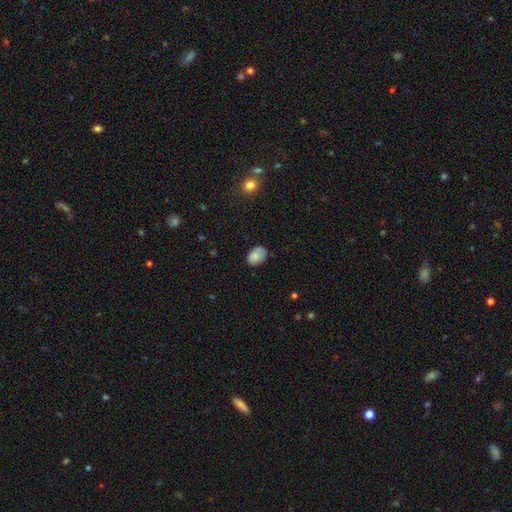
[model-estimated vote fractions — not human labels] This is clearly a smooth galaxy (84%). How rounded: clearly in between (80%). Merging: likely none (76%).